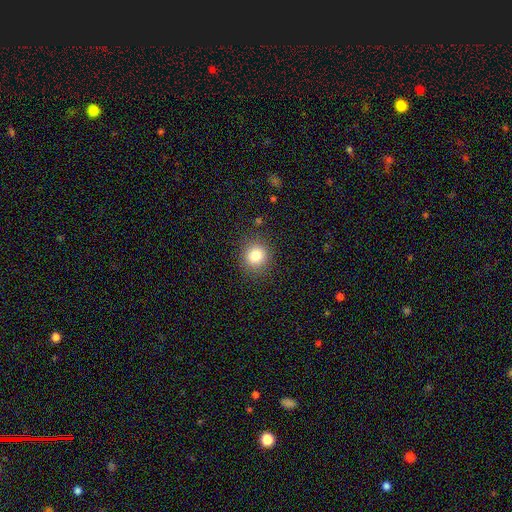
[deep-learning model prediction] Smooth or featured? smooth (84%)
How rounded? round (84%)
Merging? none (87%)